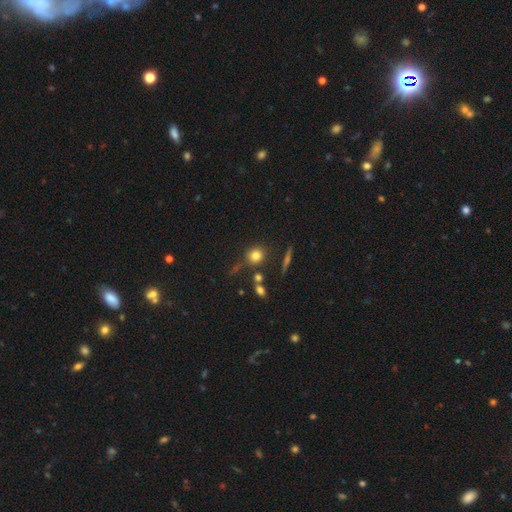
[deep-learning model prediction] smooth 77%, star or artifact 12%, featured or disk 11%. Down the decision tree: how rounded — round (83%); merging — none (75%).